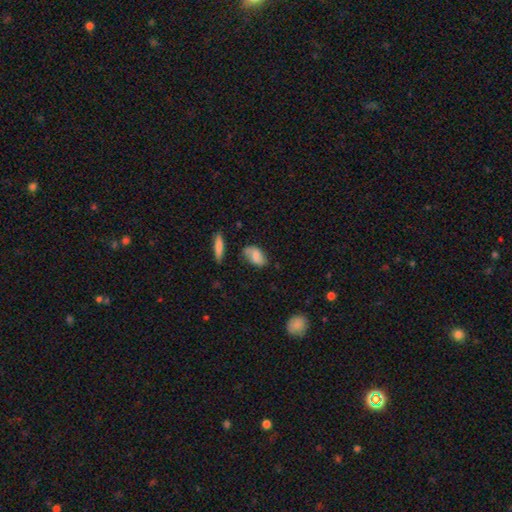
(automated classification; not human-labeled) Smooth or featured? smooth (69%)
How rounded? in between (87%)
Merging? none (61%)